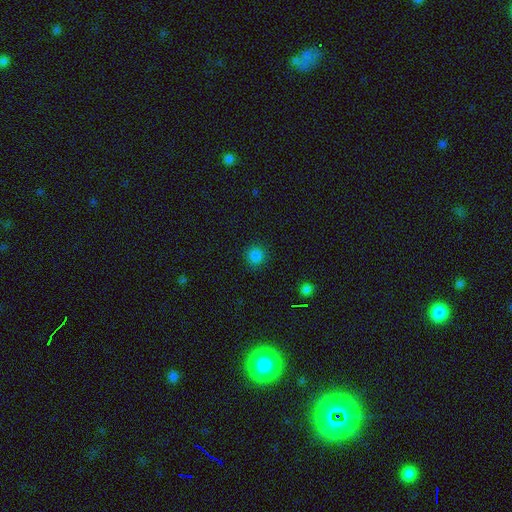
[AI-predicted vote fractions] Q: Smooth or featured?
A: smooth (83%); runner-up: star or artifact (14%)
Q: How rounded?
A: round (92%); runner-up: in between (7%)
Q: Merging?
A: none (90%); runner-up: minor disturbance (7%)